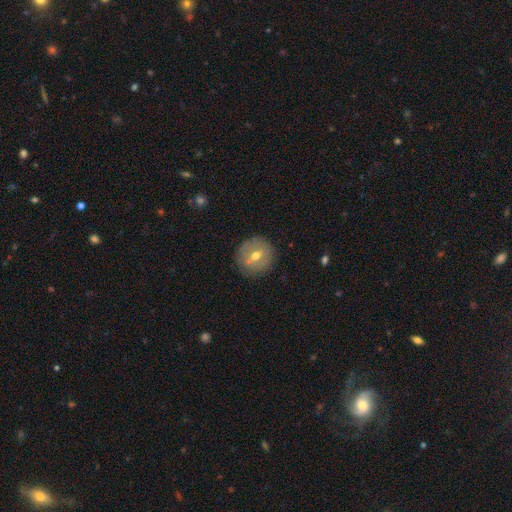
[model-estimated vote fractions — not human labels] Smooth or featured? featured or disk (48%)
Merging? none (82%)